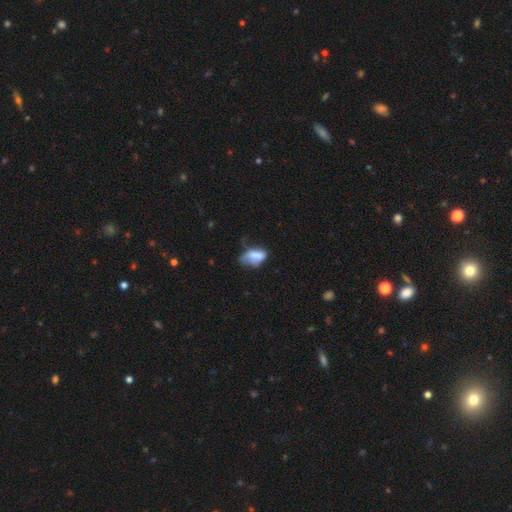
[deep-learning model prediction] Smooth or featured?
  - smooth: 70% *
  - featured or disk: 20%
  - star or artifact: 10%
How rounded?
  - in between: 87% *
  - round: 8%
  - cigar-shaped: 5%
Merging?
  - minor disturbance: 39% *
  - none: 28%
  - major disturbance: 26%
  - merger: 6%